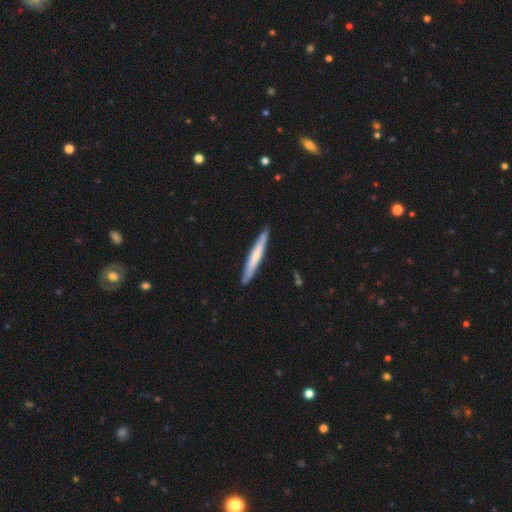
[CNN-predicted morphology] Q: Smooth or featured?
A: smooth (55%); runner-up: featured or disk (40%)
Q: How rounded?
A: cigar-shaped (96%); runner-up: in between (3%)
Q: Merging?
A: none (88%); runner-up: minor disturbance (9%)